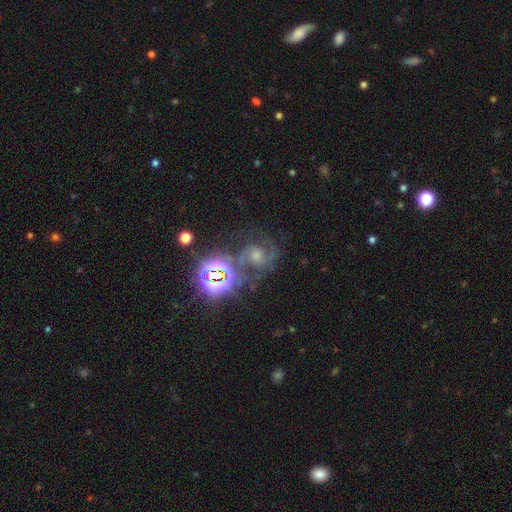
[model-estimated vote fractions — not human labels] star or artifact 63%, smooth 20%, featured or disk 17%.